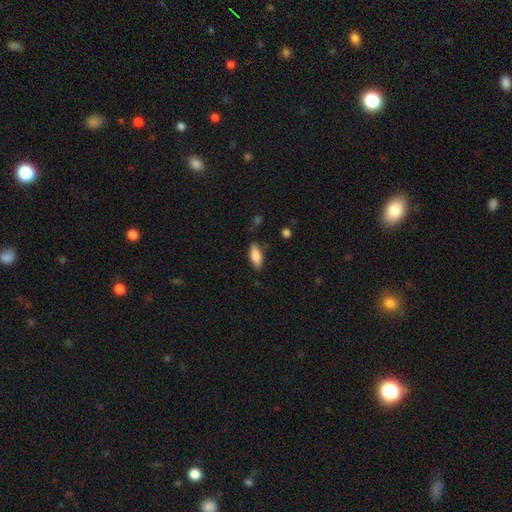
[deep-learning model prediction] Smooth or featured: smooth — 82% (featured or disk — 12%)
How rounded: in between — 75% (cigar-shaped — 23%)
Merging: none — 80% (minor disturbance — 16%)